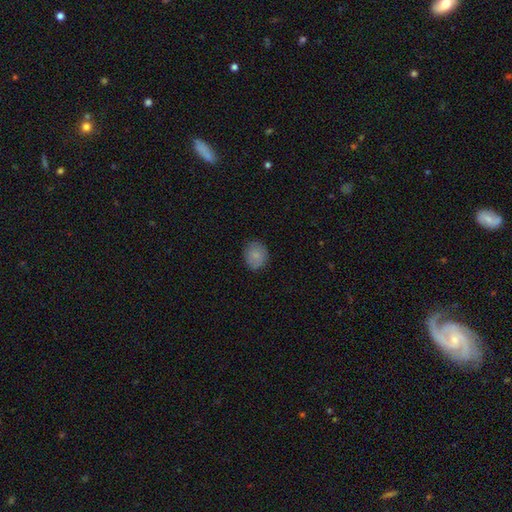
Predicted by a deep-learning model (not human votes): The model was most divided on "how rounded": round: 72%, in between: 27%, cigar-shaped: 1%. More confident: merging — none (84%); smooth or featured — smooth (84%).